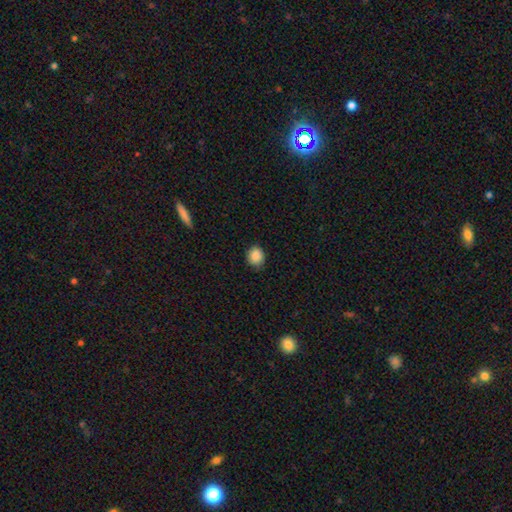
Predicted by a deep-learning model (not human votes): smooth 88%, star or artifact 9%, featured or disk 3%. Down the decision tree: how rounded — round (73%); merging — none (83%).